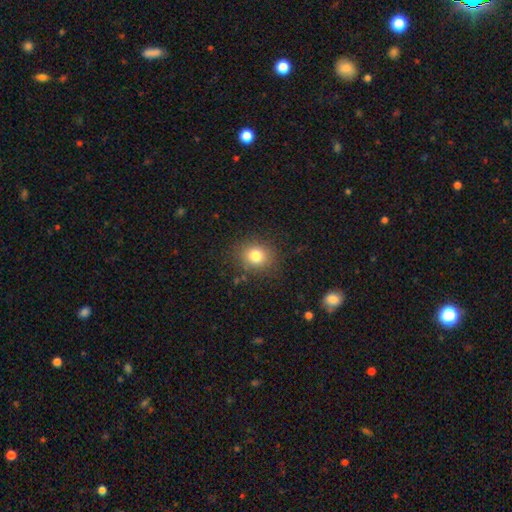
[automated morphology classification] A smooth galaxy with no disk features (81%) that is round (72%).

Vote fractions:
- Smooth or featured? smooth: 81% / star or artifact: 12% / featured or disk: 8%
- How rounded? round: 72% / in between: 27% / cigar-shaped: 1%
- Merging? none: 85% / minor disturbance: 10% / major disturbance: 4% / merger: 2%